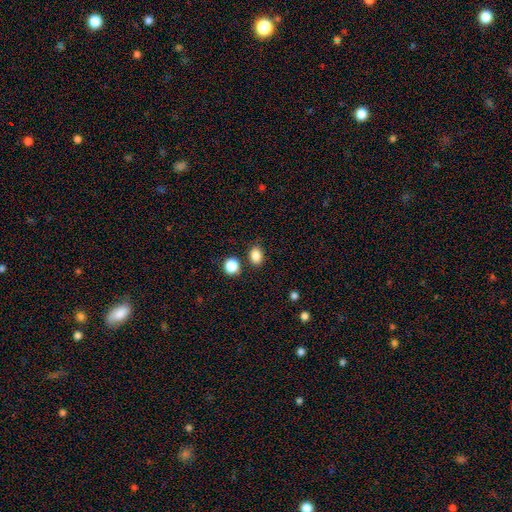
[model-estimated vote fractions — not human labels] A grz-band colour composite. It shows a smooth galaxy with no disk features (85%) that is in between round and cigar-shaped (60%). Merging: none (80%).